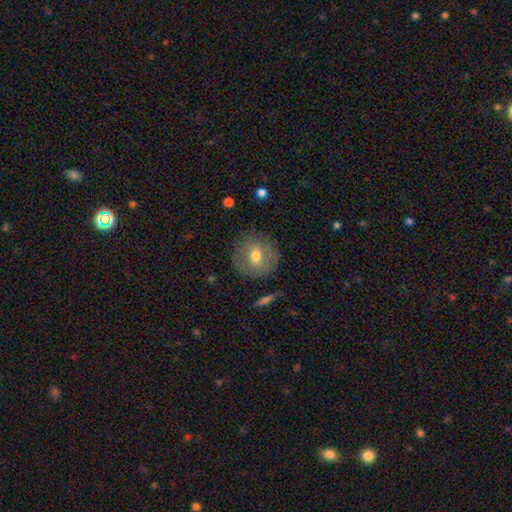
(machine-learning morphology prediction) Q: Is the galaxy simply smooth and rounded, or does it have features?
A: smooth — 55%.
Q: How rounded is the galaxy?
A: round — 90%.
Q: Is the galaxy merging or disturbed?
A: none — 84%.